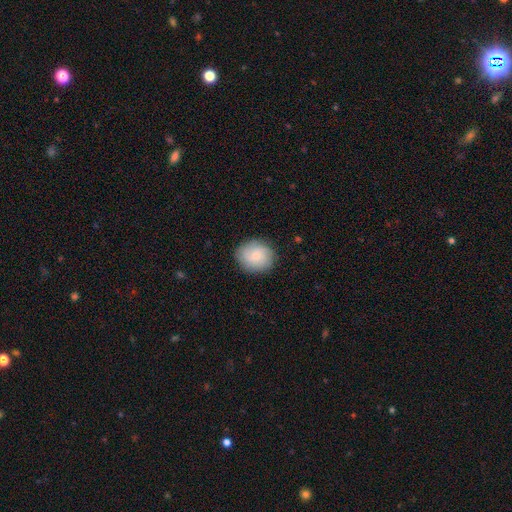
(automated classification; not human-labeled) Morphology: type=smooth (47%); merging=none (84%).